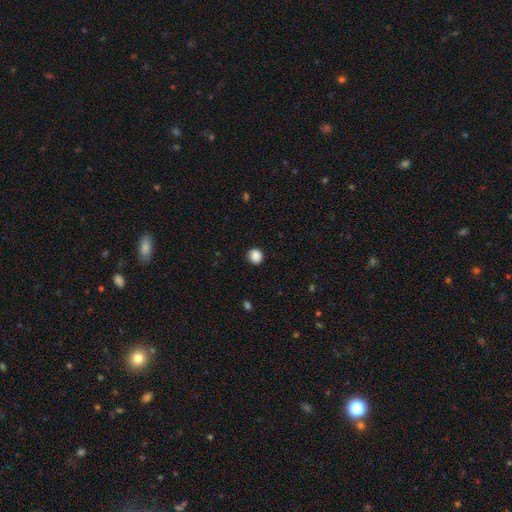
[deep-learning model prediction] smooth 88%, star or artifact 9%, featured or disk 3%. Down the decision tree: how rounded — round (86%); merging — none (90%).